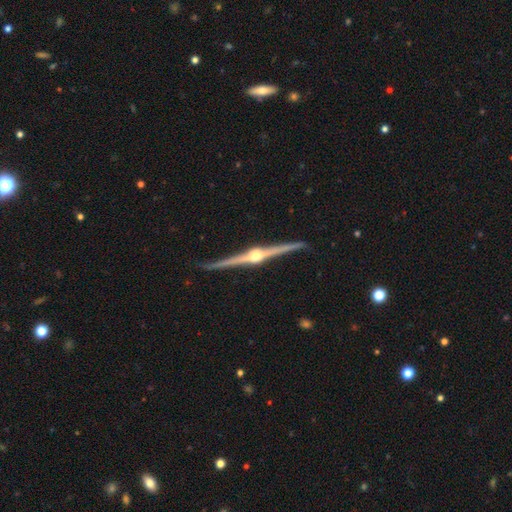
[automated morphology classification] A featured or disk galaxy (90%) viewed edge-on (99%) with a rounded central bulge (96%).

Vote fractions:
- Smooth or featured? featured or disk: 90% / smooth: 6% / star or artifact: 4%
- Edge-on disk? yes: 99% / no: 1%
- Edge-on bulge? rounded: 96% / boxy: 3% / none: 2%
- Merging? none: 89% / minor disturbance: 8% / major disturbance: 2% / merger: 1%